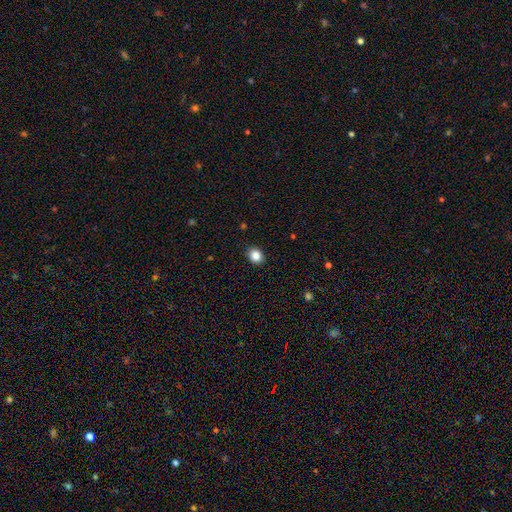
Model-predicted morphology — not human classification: A smooth galaxy with no disk features (86%) that is round (58%).

Vote fractions:
- Smooth or featured? smooth: 86% / star or artifact: 10% / featured or disk: 4%
- How rounded? round: 58% / in between: 41% / cigar-shaped: 1%
- Merging? none: 90% / minor disturbance: 7% / major disturbance: 2% / merger: 1%